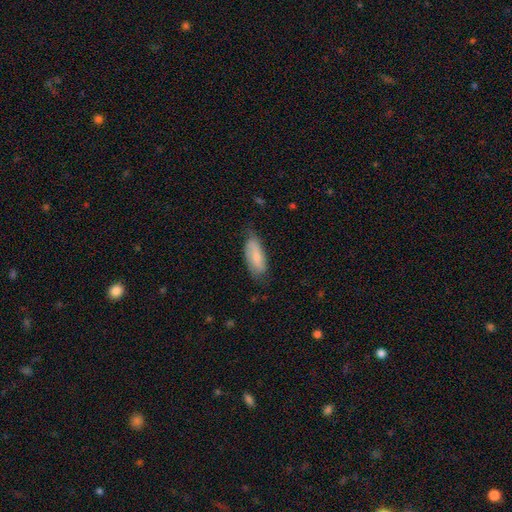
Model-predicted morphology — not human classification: This appears to be a smooth galaxy with no disk features (67%) that is in between round and cigar-shaped (77%). Merging: none (65%).